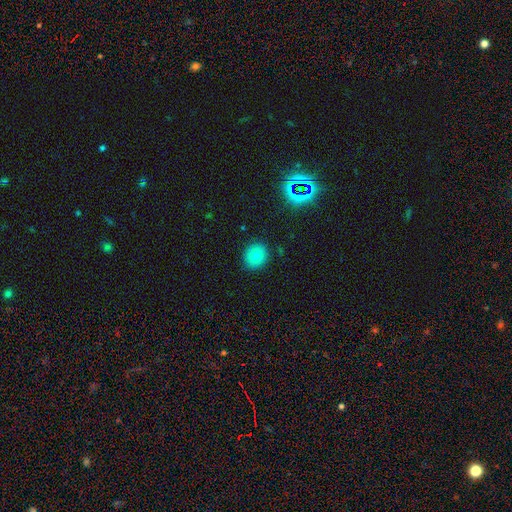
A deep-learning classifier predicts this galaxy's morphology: This is likely a smooth galaxy (80%). How rounded: clearly round (82%). Merging: clearly none (89%).